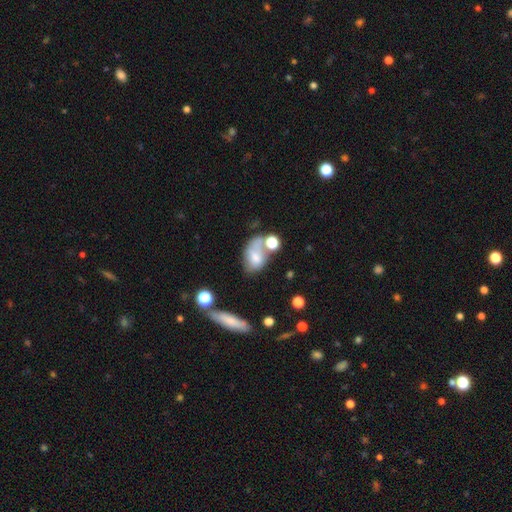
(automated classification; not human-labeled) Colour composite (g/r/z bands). It shows a smooth galaxy with no disk features (63%) that is in between round and cigar-shaped (84%). Merging: merger (30%).